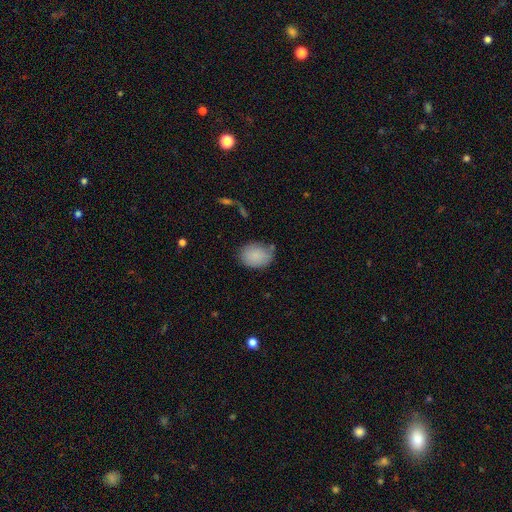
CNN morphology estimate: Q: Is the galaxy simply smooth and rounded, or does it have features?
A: smooth — 87%.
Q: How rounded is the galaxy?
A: in between — 64%.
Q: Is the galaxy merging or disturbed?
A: none — 69%.